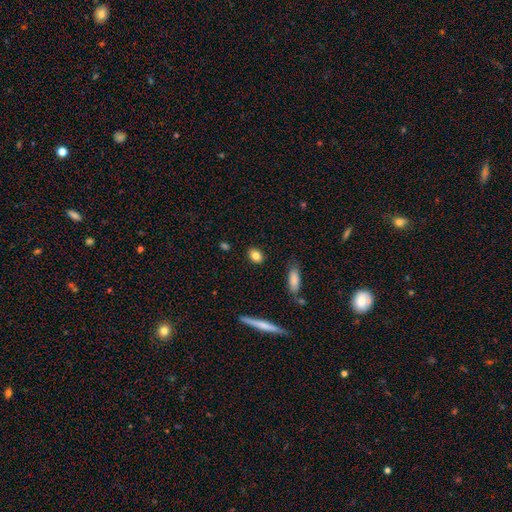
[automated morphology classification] Smooth or featured?
  - smooth: 83% *
  - star or artifact: 9%
  - featured or disk: 8%
How rounded?
  - in between: 62% *
  - round: 35%
  - cigar-shaped: 4%
Merging?
  - none: 88% *
  - minor disturbance: 8%
  - major disturbance: 2%
  - merger: 2%